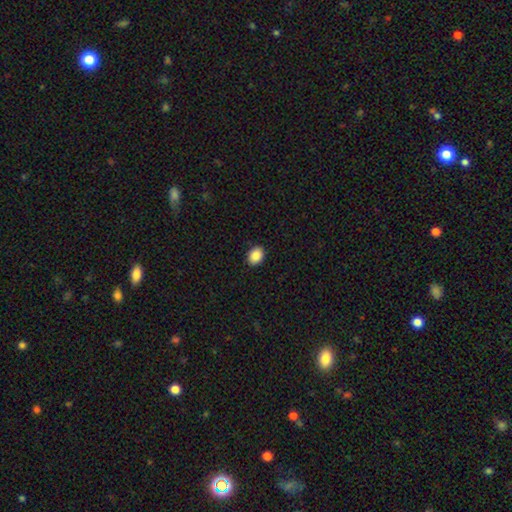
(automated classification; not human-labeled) Overall: smooth (88%). How rounded: in between (64%; round 35%). Merging: none (90%).